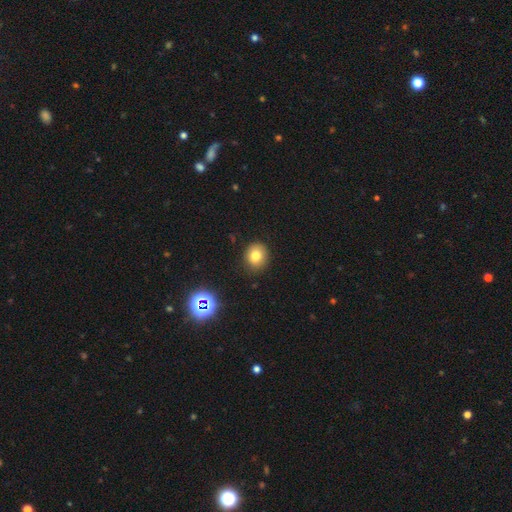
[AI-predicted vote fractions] Smooth or featured: smooth — 76% (star or artifact — 14%)
How rounded: round — 77% (in between — 22%)
Merging: none — 86% (minor disturbance — 10%)